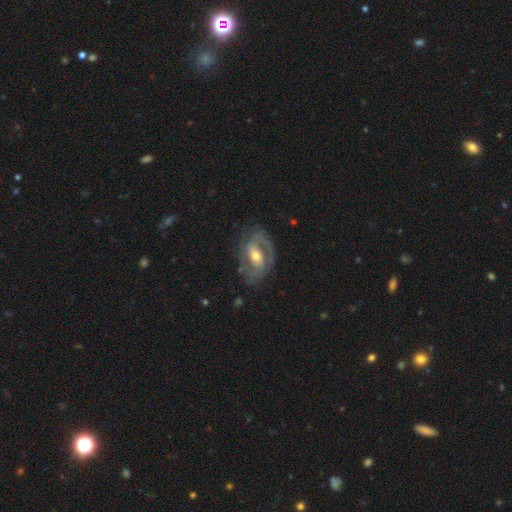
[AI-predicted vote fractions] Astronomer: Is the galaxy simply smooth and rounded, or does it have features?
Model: featured or disk — 82%.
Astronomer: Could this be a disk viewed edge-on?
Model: no — 95%.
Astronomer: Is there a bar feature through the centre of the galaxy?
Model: weak — 45% (runner-up: strong, 32%).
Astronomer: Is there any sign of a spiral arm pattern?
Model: yes — 89%.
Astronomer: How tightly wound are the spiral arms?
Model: medium — 45% (runner-up: tight, 38%).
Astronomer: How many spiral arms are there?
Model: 2 — 75%.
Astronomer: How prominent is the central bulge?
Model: moderate — 65%.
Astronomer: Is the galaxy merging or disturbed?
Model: none — 73%.